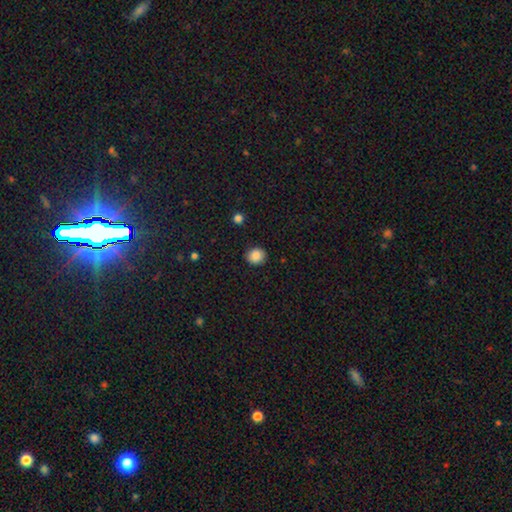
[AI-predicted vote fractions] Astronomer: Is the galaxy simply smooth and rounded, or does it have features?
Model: smooth — 88%.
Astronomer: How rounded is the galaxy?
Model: round — 77%.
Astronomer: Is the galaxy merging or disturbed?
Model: none — 89%.